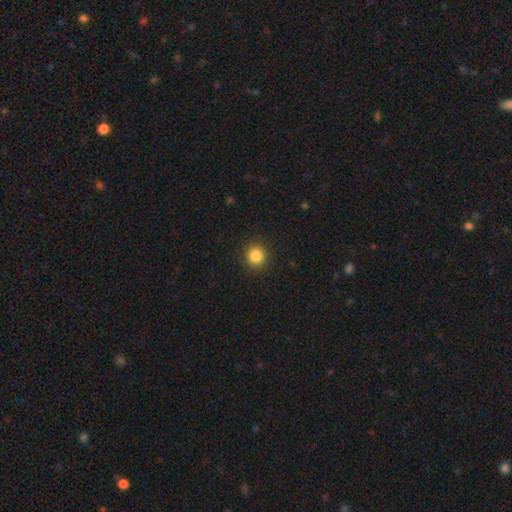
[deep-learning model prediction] Smooth or featured? smooth (85%)
How rounded? round (93%)
Merging? none (91%)